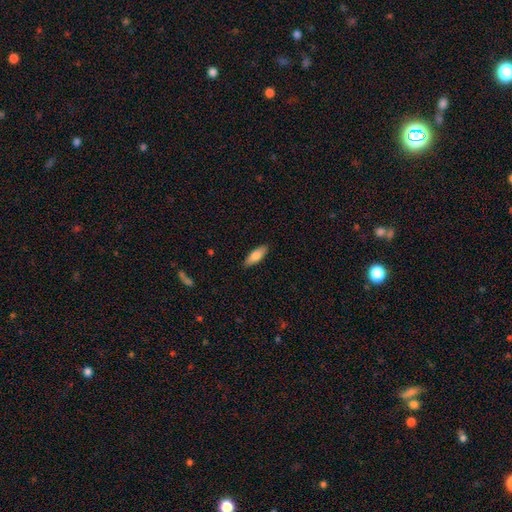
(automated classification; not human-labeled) Overall: smooth (75%). How rounded: in between (64%; cigar-shaped 34%). Merging: none (89%).